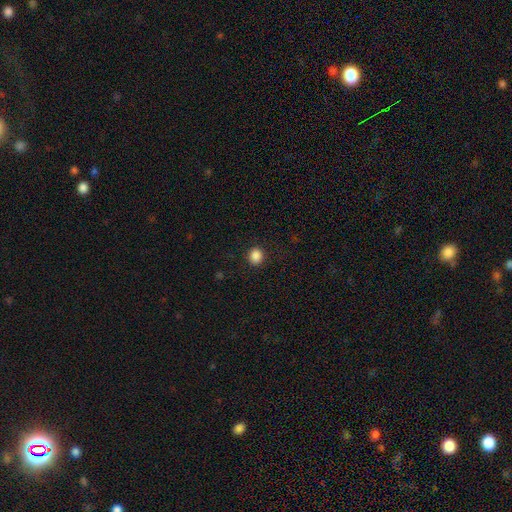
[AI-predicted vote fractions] The model was most divided on "how rounded": round: 80%, in between: 20%, cigar-shaped: 1%. More confident: merging — none (91%); smooth or featured — smooth (87%).